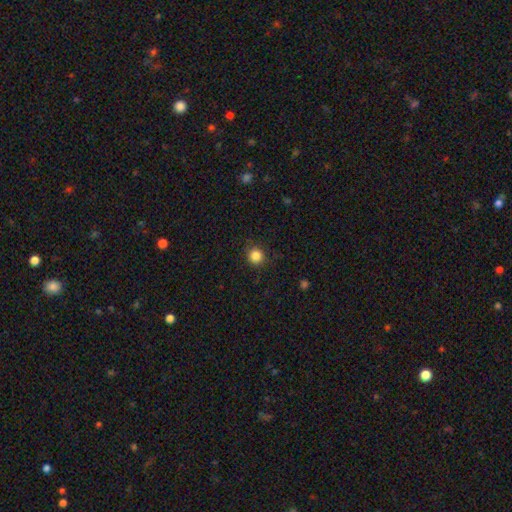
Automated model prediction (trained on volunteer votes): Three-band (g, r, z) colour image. It shows a smooth galaxy with no disk features (85%) that is round (92%). Merging: none (89%).